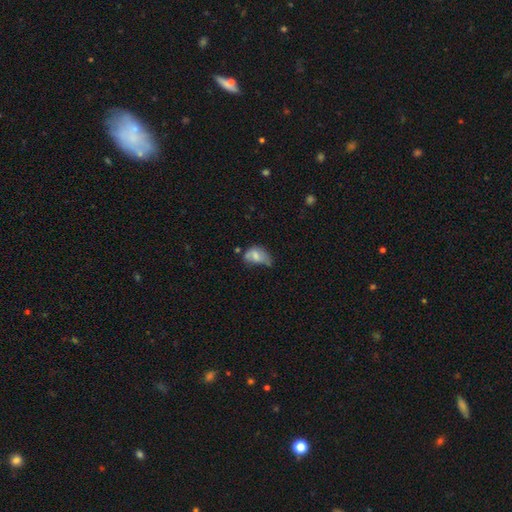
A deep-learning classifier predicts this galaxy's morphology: A smooth galaxy with no disk features (64%) that is in between round and cigar-shaped (78%). Merging: minor disturbance (35%).